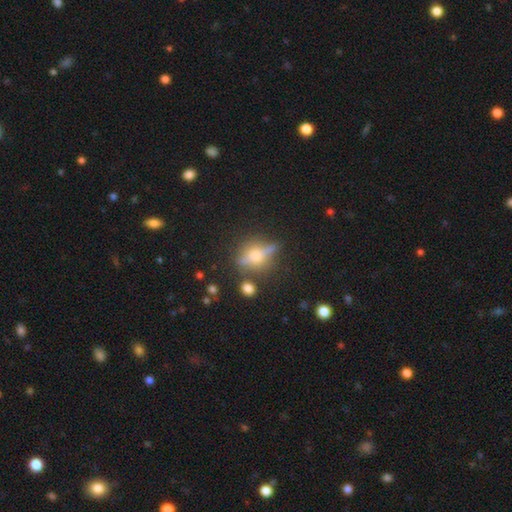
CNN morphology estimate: A featured or disk galaxy (61%) viewed edge-on (86%) with a rounded central bulge (95%). Merging: none (76%).